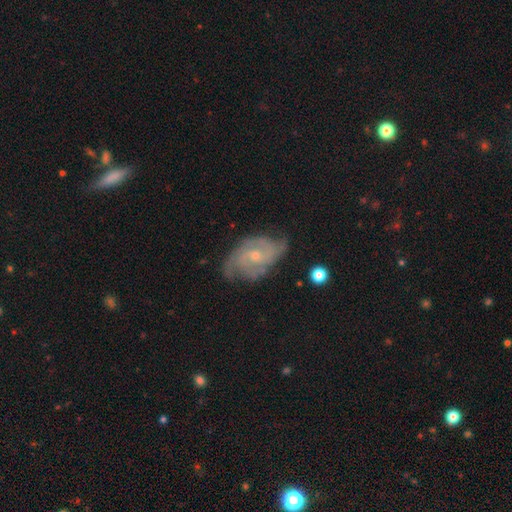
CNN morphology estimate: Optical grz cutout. It shows a featured or disk galaxy (83%) with no bar (61%), 3 (29%) tight (46%) spiral arms (94%) and a small central bulge (57%). Merging: none (66%).